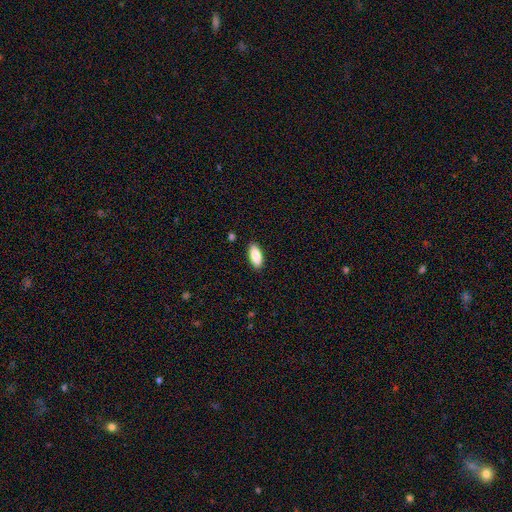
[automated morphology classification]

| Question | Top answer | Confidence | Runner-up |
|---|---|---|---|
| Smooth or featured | smooth | 87% | featured or disk (6%) |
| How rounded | in between | 88% | cigar-shaped (10%) |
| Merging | none | 89% | minor disturbance (8%) |